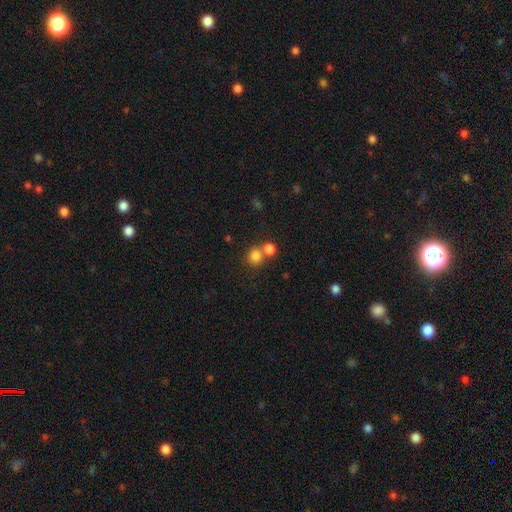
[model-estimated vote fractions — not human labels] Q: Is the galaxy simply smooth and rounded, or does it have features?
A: smooth — 81%.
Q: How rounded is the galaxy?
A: round — 83%.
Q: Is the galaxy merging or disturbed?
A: none — 54%.